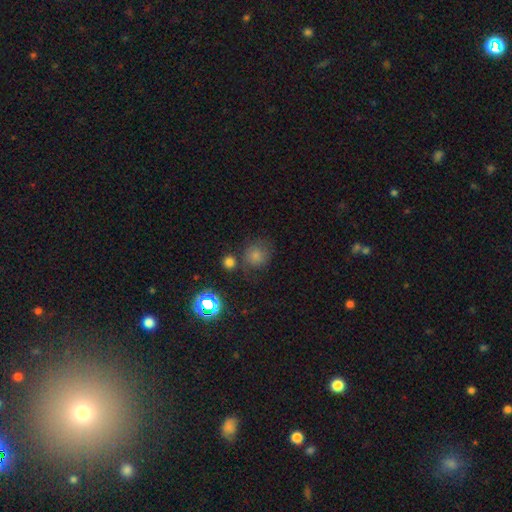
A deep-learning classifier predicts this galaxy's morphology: This appears to be a smooth galaxy with no disk features (73%) that is round (84%). Merging: none (64%).